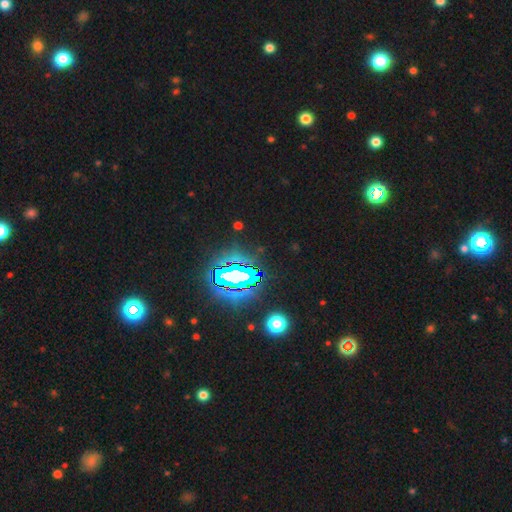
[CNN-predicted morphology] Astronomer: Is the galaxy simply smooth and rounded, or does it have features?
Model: star or artifact — 75%.